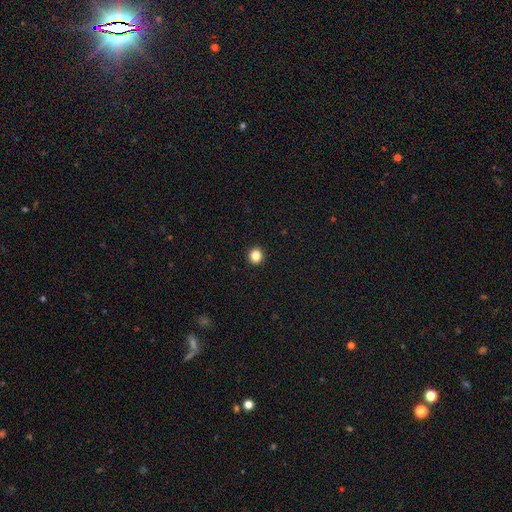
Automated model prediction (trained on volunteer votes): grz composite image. It shows a smooth galaxy with no disk features (85%) that is round (89%). Merging: none (94%).